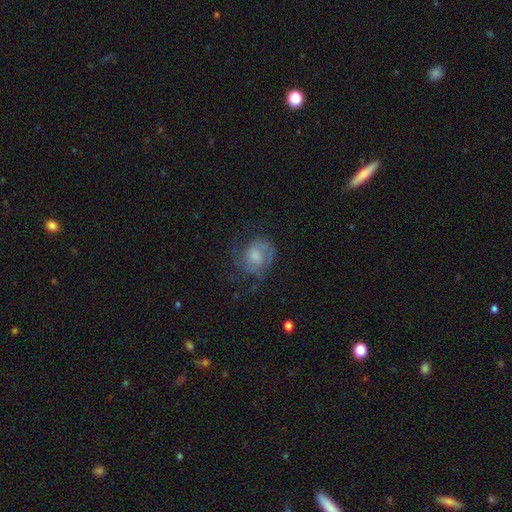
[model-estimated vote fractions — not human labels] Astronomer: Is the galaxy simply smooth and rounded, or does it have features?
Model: featured or disk — 51% (runner-up: smooth, 39%).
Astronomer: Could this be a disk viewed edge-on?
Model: no — 97%.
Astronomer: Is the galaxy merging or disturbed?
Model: none — 50%.